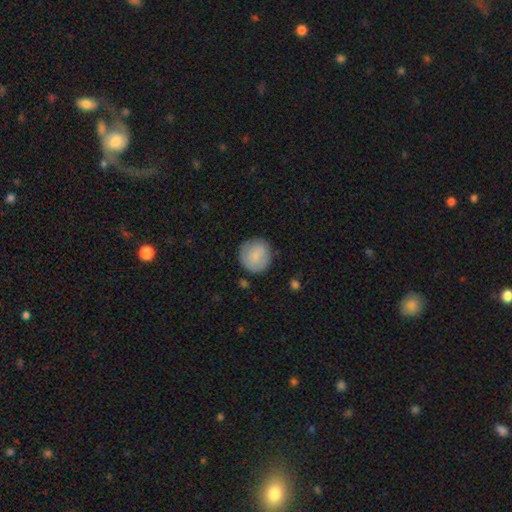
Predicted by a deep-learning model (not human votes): smooth-or-featured: smooth: 82% | featured or disk: 12% | star or artifact: 7%
  how-rounded: round: 91% | in between: 8% | cigar-shaped: 1%
  merging: none: 81% | minor disturbance: 13% | major disturbance: 3% | merger: 2%